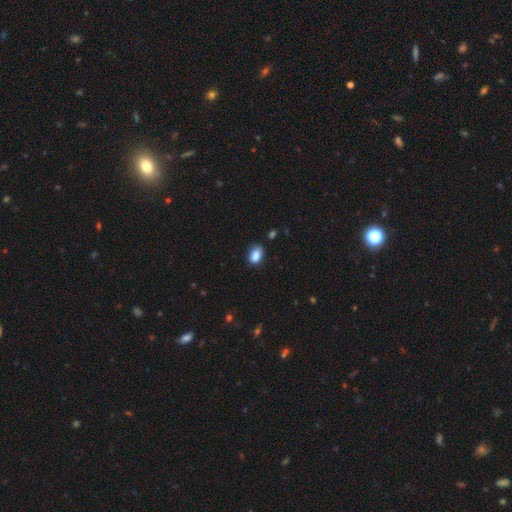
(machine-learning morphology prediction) A smooth galaxy with no disk features (87%) that is in between round and cigar-shaped (83%).

Vote fractions:
- Smooth or featured? smooth: 87% / star or artifact: 9% / featured or disk: 5%
- How rounded? in between: 83% / round: 15% / cigar-shaped: 2%
- Merging? none: 78% / minor disturbance: 17% / major disturbance: 3% / merger: 2%